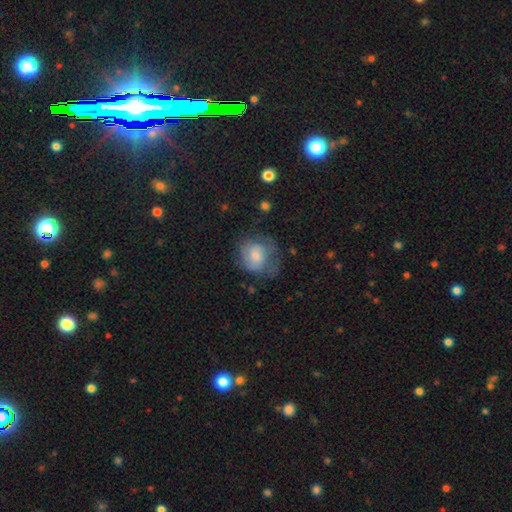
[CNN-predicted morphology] The model was most divided on "merging": none: 41%, minor disturbance: 29%, major disturbance: 28%, merger: 2%. More confident: how rounded — round (68%); smooth or featured — smooth (63%).